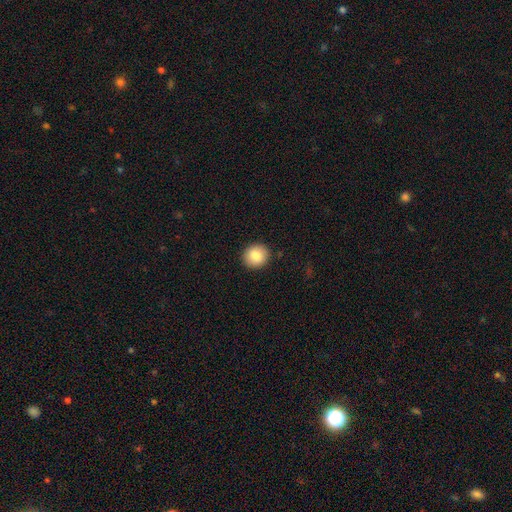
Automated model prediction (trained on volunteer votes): A smooth galaxy with no disk features (83%) that is round (81%). Merging: none (91%).